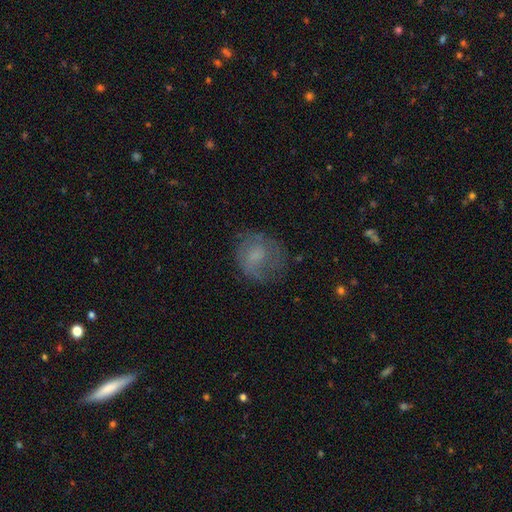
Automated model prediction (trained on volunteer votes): Q: Smooth or featured?
A: smooth (51%); runner-up: featured or disk (38%)
Q: How rounded?
A: round (70%); runner-up: in between (29%)
Q: Merging?
A: none (60%); runner-up: minor disturbance (22%)